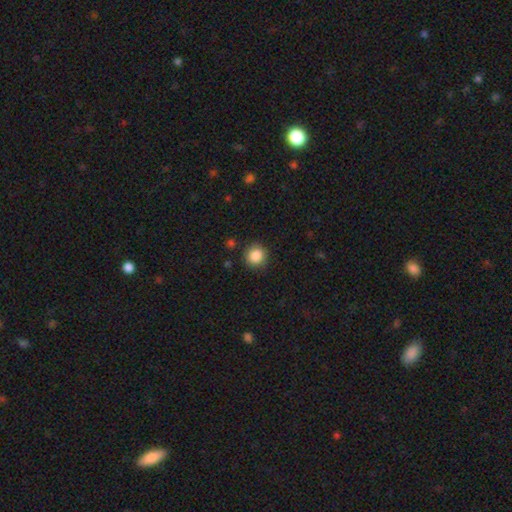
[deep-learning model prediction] Smooth or featured? Predicted: smooth (p=0.86). How rounded? Predicted: round (p=0.93). Merging? Predicted: none (p=0.89).